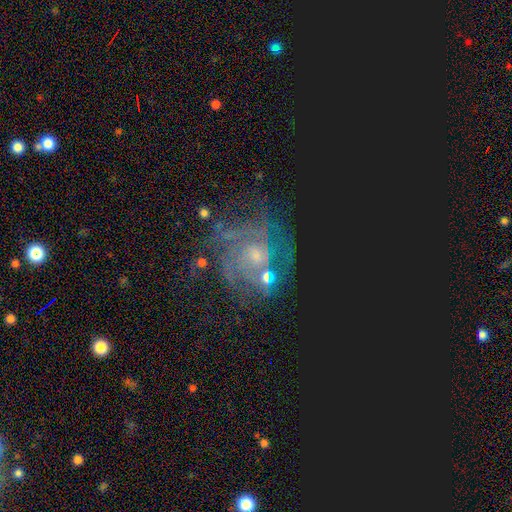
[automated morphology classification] smooth-or-featured: featured or disk: 73% | star or artifact: 17% | smooth: 10%
  disk-edge-on: no: 98% | yes: 2%
    bar: no: 70% | weak: 25% | strong: 5%
    has-spiral-arms: yes: 86% | no: 14%
      spiral-winding: tight: 48% | medium: 38% | loose: 14%
      spiral-arm-count: can't tell: 40% | 2: 19% | 3: 17% | 4: 10% | more than 4: 7% | 1: 7%
    bulge-size: small: 61% | moderate: 26% | none: 9% | large: 3% | dominant: 1%
  merging: none: 55% | minor disturbance: 19% | major disturbance: 18% | merger: 8%